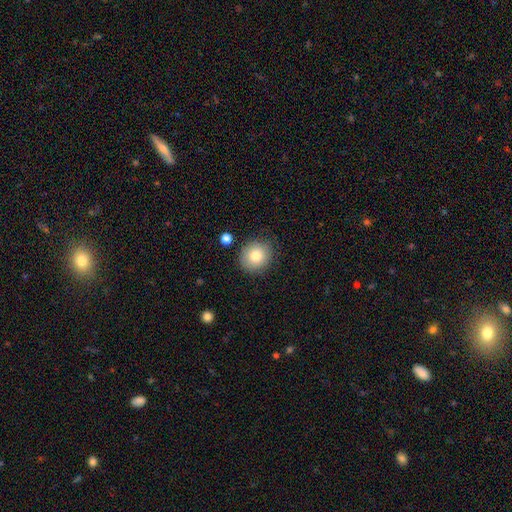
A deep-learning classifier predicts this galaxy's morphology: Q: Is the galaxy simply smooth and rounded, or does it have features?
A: smooth — 81%.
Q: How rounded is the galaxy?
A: round — 83%.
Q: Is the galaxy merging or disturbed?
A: none — 85%.